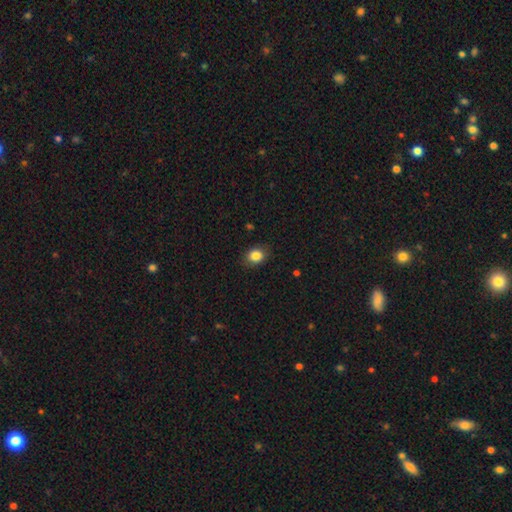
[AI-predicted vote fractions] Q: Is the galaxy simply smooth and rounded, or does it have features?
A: smooth — 85%.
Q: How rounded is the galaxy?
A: round — 53%.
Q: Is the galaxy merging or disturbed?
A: none — 86%.